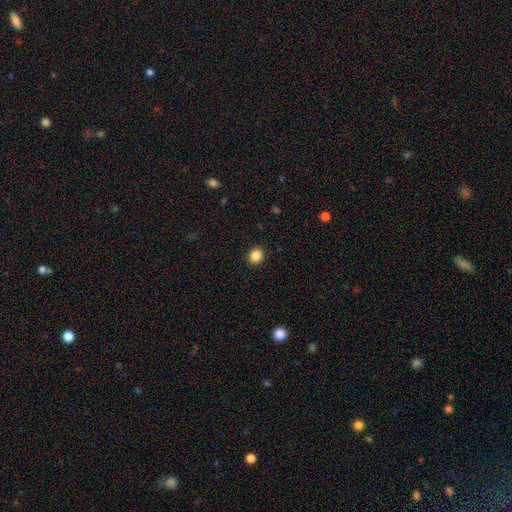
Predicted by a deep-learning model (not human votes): Smooth or featured?
  - smooth: 87% *
  - star or artifact: 10%
  - featured or disk: 4%
How rounded?
  - round: 68% *
  - in between: 31%
  - cigar-shaped: 1%
Merging?
  - none: 91% *
  - minor disturbance: 6%
  - major disturbance: 2%
  - merger: 1%